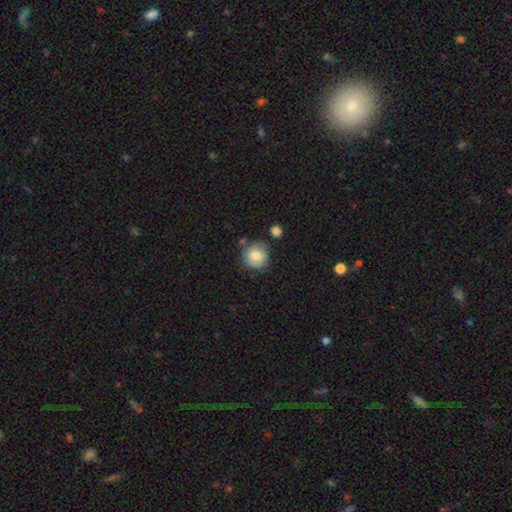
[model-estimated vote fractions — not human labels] This is likely a smooth galaxy (77%). How rounded: clearly round (89%). Merging: likely none (70%).